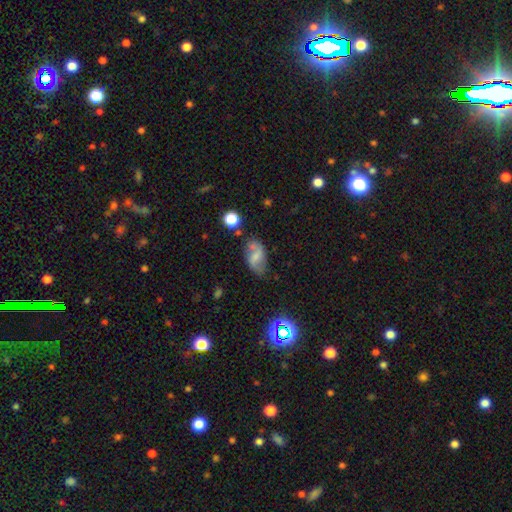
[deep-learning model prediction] A featured or disk galaxy (45%).

Vote fractions:
- Smooth or featured? featured or disk: 45% / smooth: 43% / star or artifact: 12%
- Merging? none: 59% / minor disturbance: 24% / major disturbance: 9% / merger: 8%